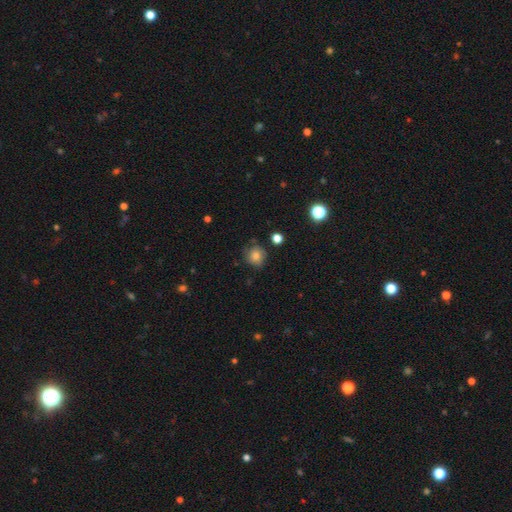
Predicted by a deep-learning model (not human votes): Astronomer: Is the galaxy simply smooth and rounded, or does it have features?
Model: smooth — 75%.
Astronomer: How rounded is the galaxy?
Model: round — 86%.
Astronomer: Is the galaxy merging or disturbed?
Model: none — 73%.